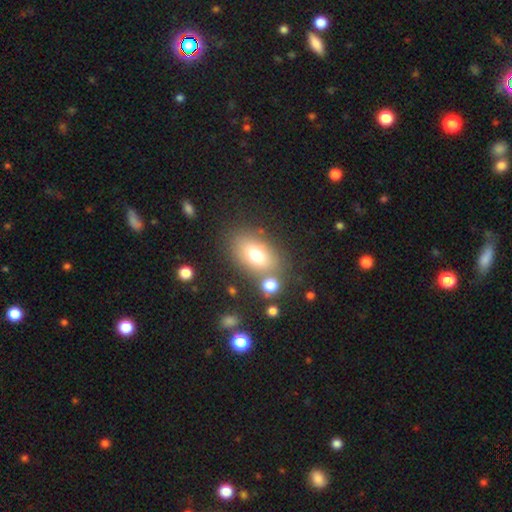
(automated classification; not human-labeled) Smooth or featured?
  - smooth: 73% *
  - featured or disk: 16%
  - star or artifact: 11%
How rounded?
  - in between: 85% *
  - round: 13%
  - cigar-shaped: 3%
Merging?
  - none: 69% *
  - merger: 14%
  - minor disturbance: 12%
  - major disturbance: 5%